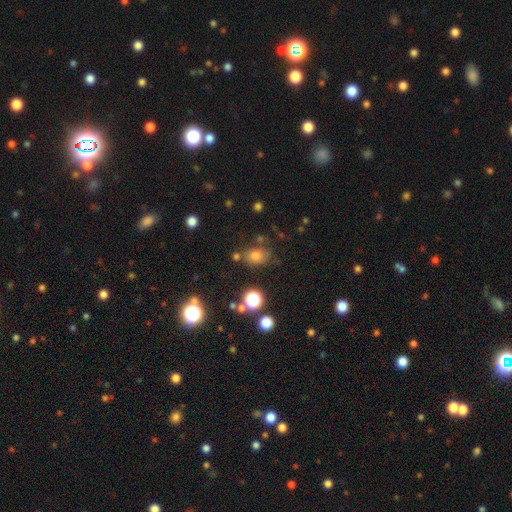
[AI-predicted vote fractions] Q: Smooth or featured?
A: smooth (70%); runner-up: star or artifact (20%)
Q: How rounded?
A: in between (55%); runner-up: round (44%)
Q: Merging?
A: none (70%); runner-up: minor disturbance (17%)